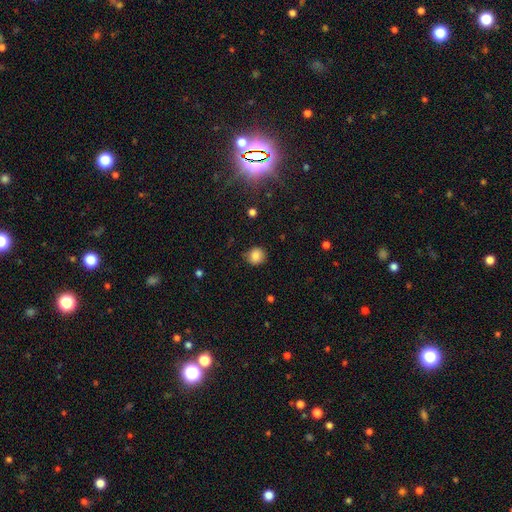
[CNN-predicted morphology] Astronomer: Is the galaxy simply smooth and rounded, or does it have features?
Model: smooth — 84%.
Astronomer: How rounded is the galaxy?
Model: round — 87%.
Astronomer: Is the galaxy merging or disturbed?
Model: none — 82%.